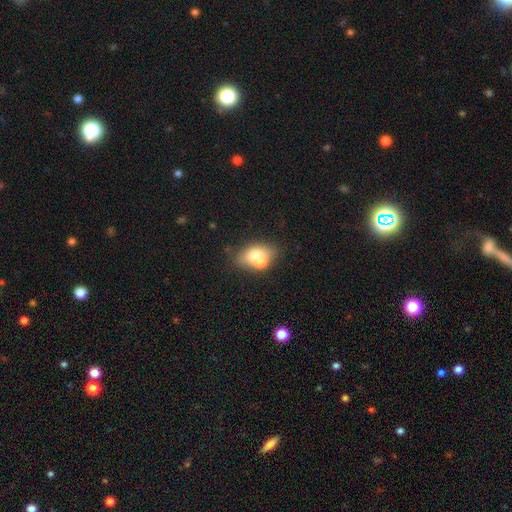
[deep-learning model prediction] The model was most divided on "merging": merger: 49%, none: 35%, minor disturbance: 11%, major disturbance: 5%. More confident: how rounded — in between (73%); smooth or featured — smooth (63%).